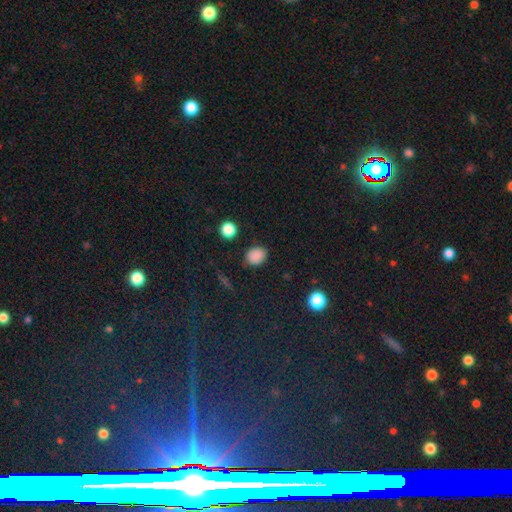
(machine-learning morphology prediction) This appears to be a smooth galaxy with no disk features (84%) that is round (58%). Merging: none (85%).